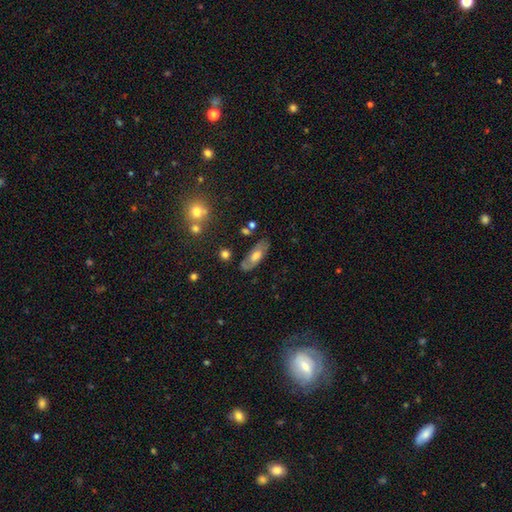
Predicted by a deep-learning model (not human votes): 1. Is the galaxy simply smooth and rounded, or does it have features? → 49% featured or disk, 43% smooth, 8% star or artifact.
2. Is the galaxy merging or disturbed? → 72% none, 19% minor disturbance, 6% major disturbance, 3% merger.